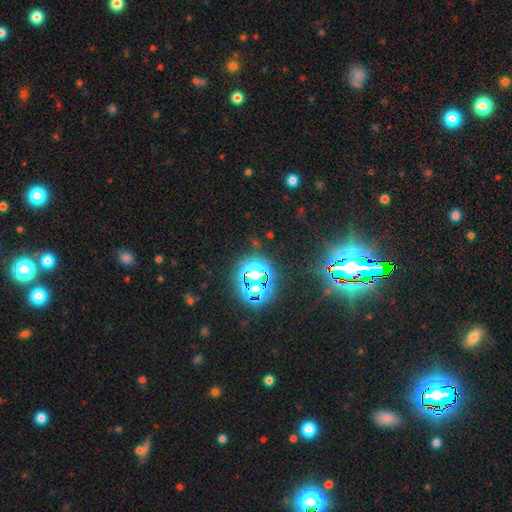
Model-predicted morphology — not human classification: Smooth or featured? star or artifact (80%)